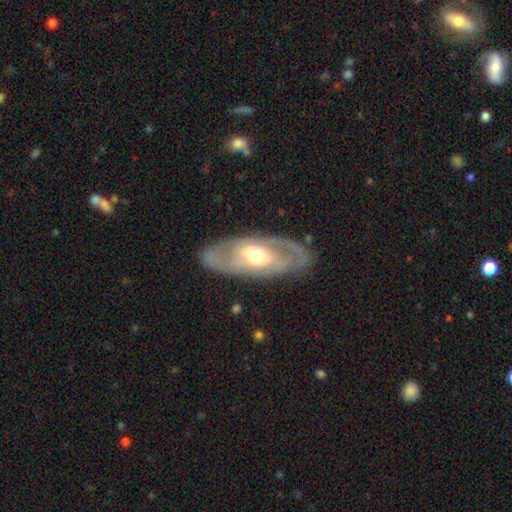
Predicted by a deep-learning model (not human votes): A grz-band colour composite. It shows a featured or disk galaxy (73%) with no bar (60%), spiral arms (58%) and a moderate central bulge (67%). Merging: none (81%).